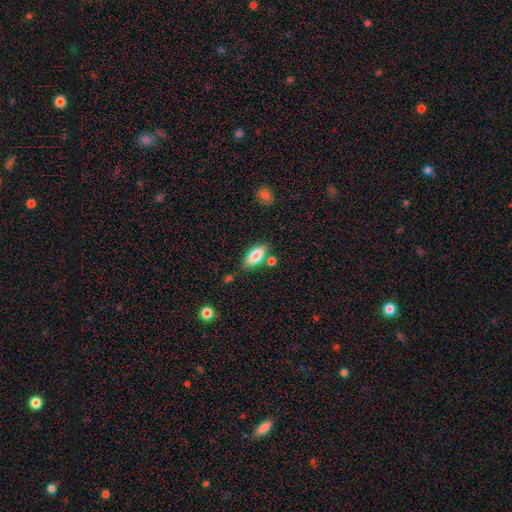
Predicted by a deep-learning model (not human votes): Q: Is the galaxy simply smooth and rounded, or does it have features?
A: smooth — 82%.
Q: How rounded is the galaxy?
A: in between — 86%.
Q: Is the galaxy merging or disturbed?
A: none — 72%.